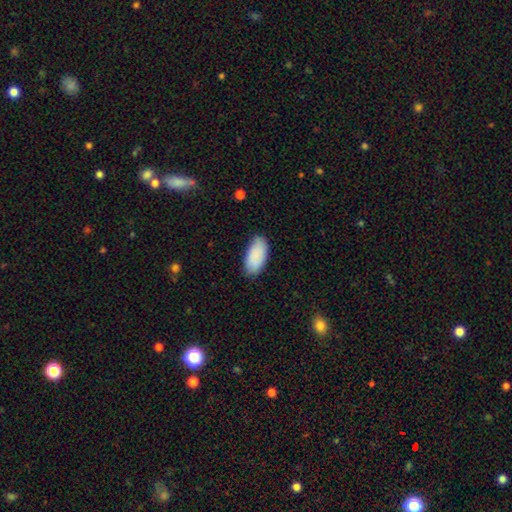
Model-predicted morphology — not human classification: The model was most divided on "merging": none: 77%, minor disturbance: 18%, major disturbance: 3%, merger: 1%. More confident: how rounded — in between (94%); smooth or featured — smooth (88%).